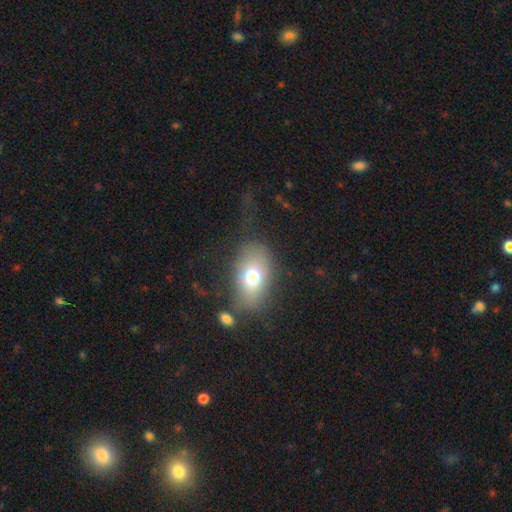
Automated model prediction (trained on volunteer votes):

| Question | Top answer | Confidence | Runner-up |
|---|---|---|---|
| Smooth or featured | smooth | 67% | featured or disk (22%) |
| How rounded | in between | 84% | round (13%) |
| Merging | none | 58% | minor disturbance (21%) |